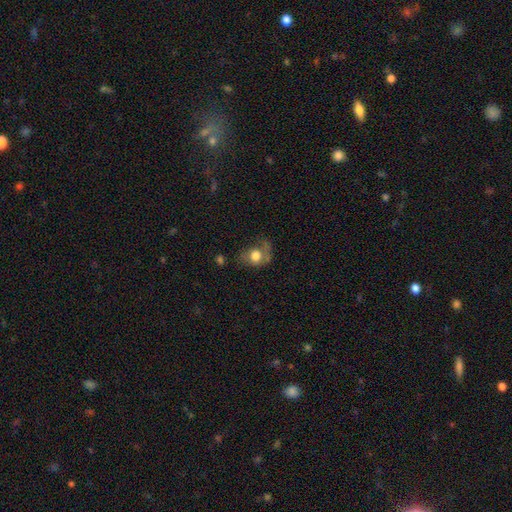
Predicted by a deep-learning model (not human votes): Smooth or featured: smooth — 62% (featured or disk — 28%)
How rounded: round — 53% (in between — 46%)
Merging: none — 35% (major disturbance — 34%)